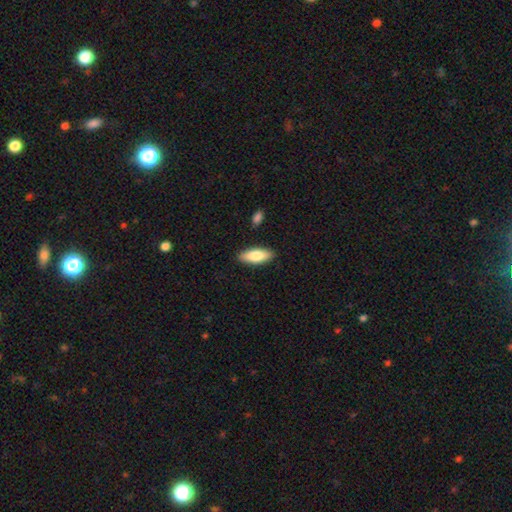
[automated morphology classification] smooth 79%, featured or disk 15%, star or artifact 6%. Down the decision tree: how rounded — in between (72%); merging — none (88%).